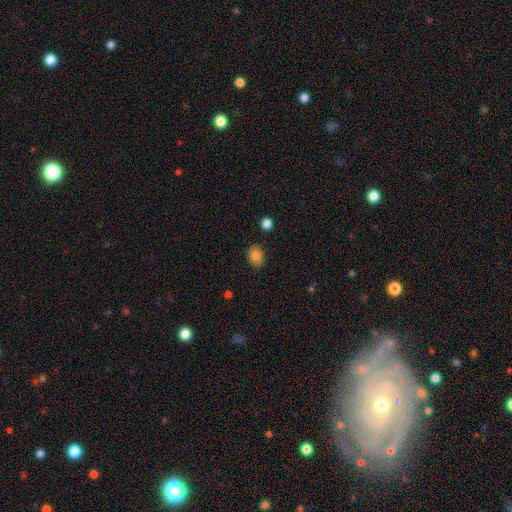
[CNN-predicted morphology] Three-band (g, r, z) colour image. It shows a smooth galaxy with no disk features (85%) that is in between round and cigar-shaped (69%). Merging: none (86%).